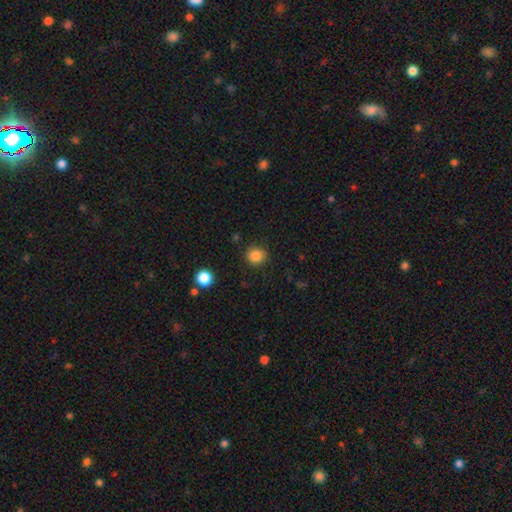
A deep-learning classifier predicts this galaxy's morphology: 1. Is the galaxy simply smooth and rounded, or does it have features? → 85% smooth, 12% star or artifact, 4% featured or disk.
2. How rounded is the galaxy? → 89% round, 10% in between, 1% cigar-shaped.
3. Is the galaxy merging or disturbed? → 89% none, 7% minor disturbance, 2% major disturbance, 1% merger.